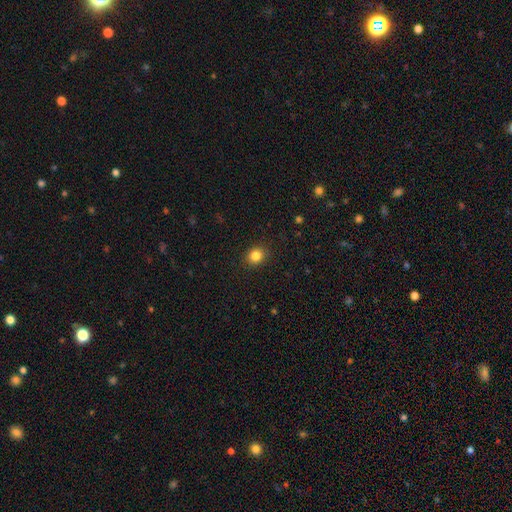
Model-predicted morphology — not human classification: Smooth or featured?
  - smooth: 84% *
  - star or artifact: 11%
  - featured or disk: 5%
How rounded?
  - round: 75% *
  - in between: 24%
  - cigar-shaped: 1%
Merging?
  - none: 90% *
  - minor disturbance: 7%
  - major disturbance: 2%
  - merger: 1%